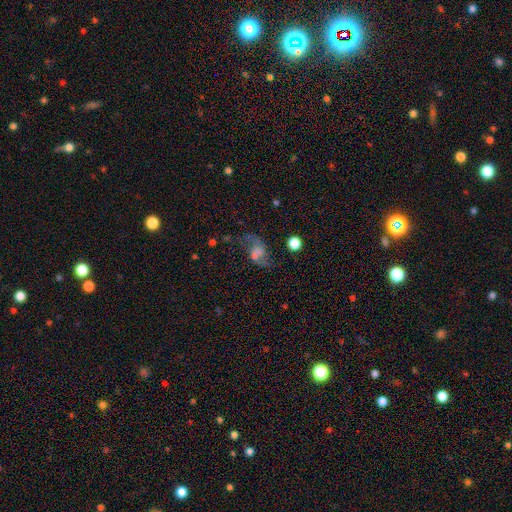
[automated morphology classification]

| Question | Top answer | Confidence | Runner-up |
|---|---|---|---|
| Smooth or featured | featured or disk | 66% | star or artifact (17%) |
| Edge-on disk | no | 96% | yes (4%) |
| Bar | no | 47% | weak (42%) |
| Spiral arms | yes | 89% | no (11%) |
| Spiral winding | loose | 72% | medium (23%) |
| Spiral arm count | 2 | 88% | can't tell (5%) |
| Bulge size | small | 34% | moderate (30%) |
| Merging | none | 61% | minor disturbance (17%) |